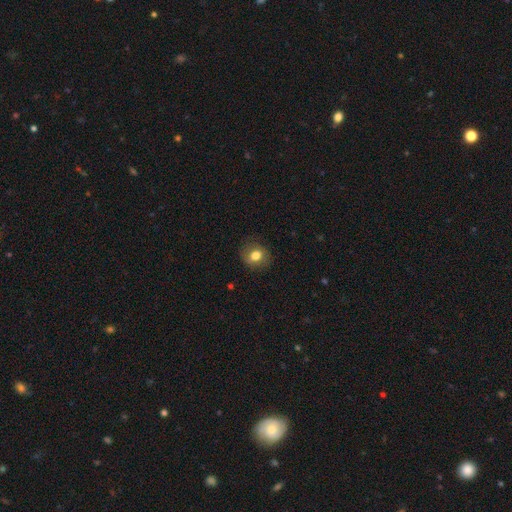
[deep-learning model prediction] Smooth or featured?
  - smooth: 76% *
  - featured or disk: 15%
  - star or artifact: 9%
How rounded?
  - round: 64% *
  - in between: 35%
  - cigar-shaped: 1%
Merging?
  - none: 81% *
  - minor disturbance: 14%
  - major disturbance: 4%
  - merger: 1%